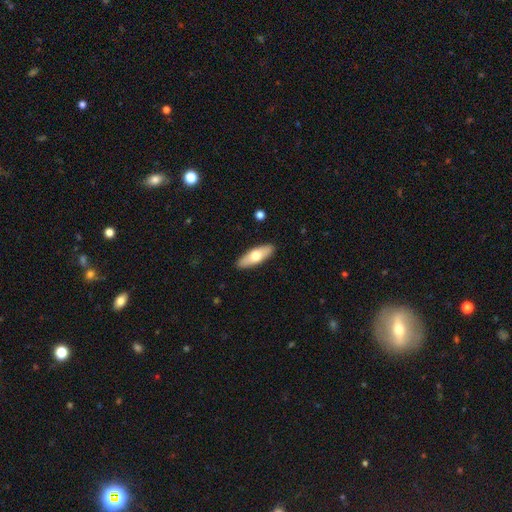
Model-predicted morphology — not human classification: smooth 62%, featured or disk 33%, star or artifact 5%. Down the decision tree: how rounded — in between (62%); merging — none (89%).